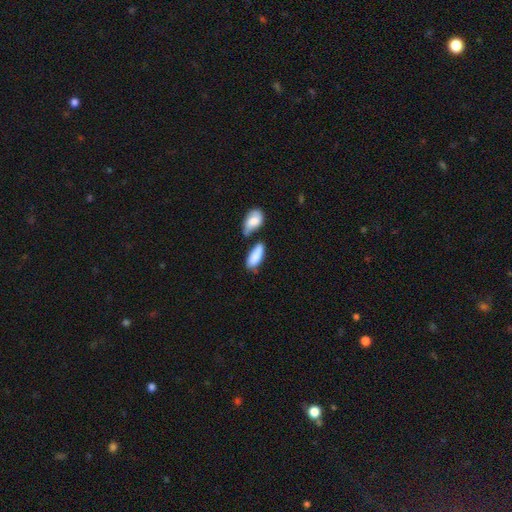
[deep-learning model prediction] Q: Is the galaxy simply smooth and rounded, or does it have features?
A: smooth — 84%.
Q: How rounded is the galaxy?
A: in between — 83%.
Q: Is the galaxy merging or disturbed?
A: none — 41%.